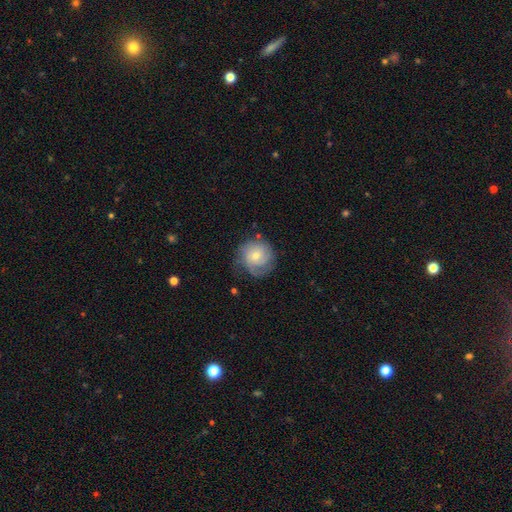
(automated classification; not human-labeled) Smooth or featured? featured or disk (52%)
Edge-on disk? no (97%)
Bar? no (74%)
Spiral arms? yes (83%)
Bulge size? small (51%)
Merging? none (62%)